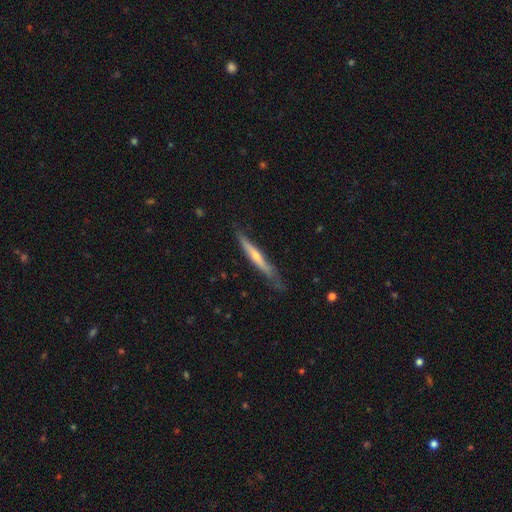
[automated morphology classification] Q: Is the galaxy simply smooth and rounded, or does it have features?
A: featured or disk — 58%.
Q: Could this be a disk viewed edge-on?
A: yes — 94%.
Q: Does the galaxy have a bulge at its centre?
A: rounded — 64%.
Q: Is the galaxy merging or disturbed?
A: none — 74%.